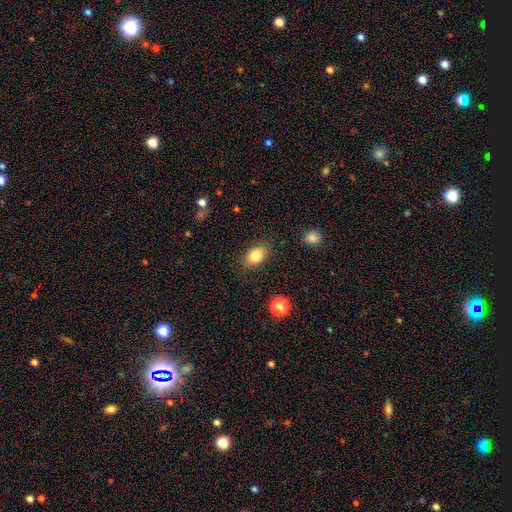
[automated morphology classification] This is clearly a smooth galaxy (82%). How rounded: clearly in between (85%). Merging: clearly none (84%).